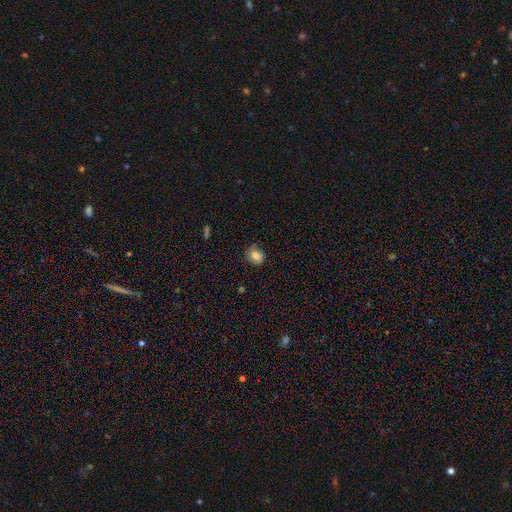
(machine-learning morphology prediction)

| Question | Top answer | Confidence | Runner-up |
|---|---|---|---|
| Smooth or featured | smooth | 80% | star or artifact (10%) |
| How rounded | round | 68% | in between (31%) |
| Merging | none | 67% | minor disturbance (25%) |